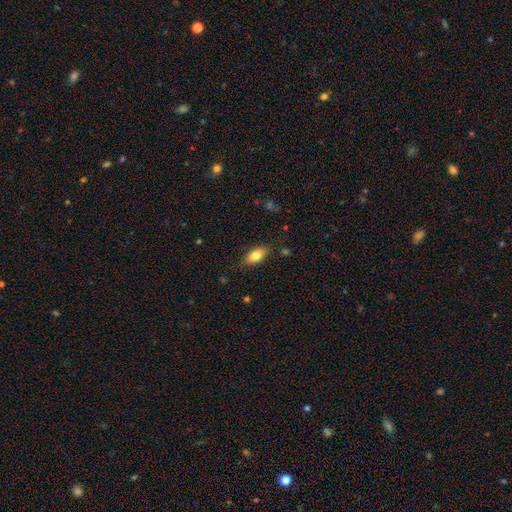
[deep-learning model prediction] A smooth galaxy with no disk features (77%) that is in between round and cigar-shaped (86%). Merging: none (81%).